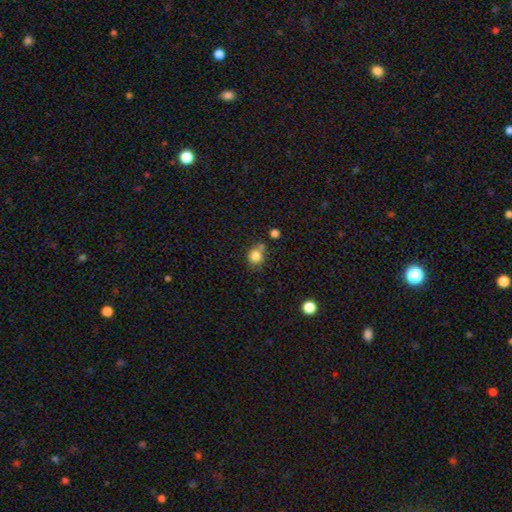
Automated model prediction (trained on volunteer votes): A smooth galaxy with no disk features (82%) that is round (78%).

Vote fractions:
- Smooth or featured? smooth: 82% / star or artifact: 11% / featured or disk: 7%
- How rounded? round: 78% / in between: 21% / cigar-shaped: 1%
- Merging? none: 57% / merger: 21% / minor disturbance: 17% / major disturbance: 5%